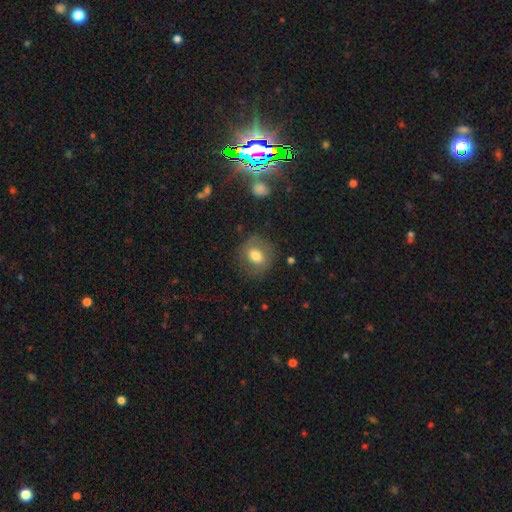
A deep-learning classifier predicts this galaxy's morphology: smooth_or_featured: smooth (p=0.69) [alt: featured or disk p=0.22]
how_rounded: round (p=0.64) [alt: in between p=0.35]
merging: none (p=0.77) [alt: minor disturbance p=0.15]